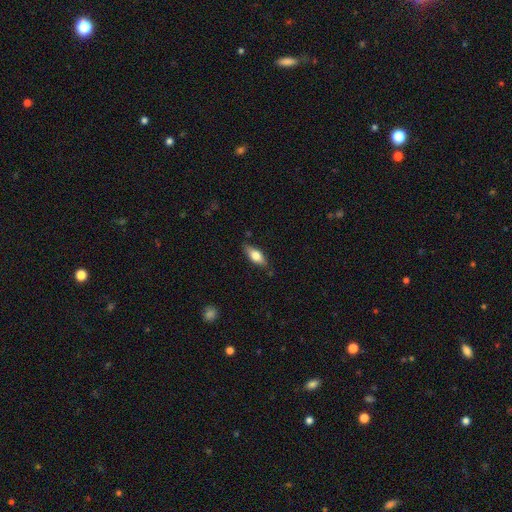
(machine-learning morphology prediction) The model was most divided on "smooth or featured": smooth: 65%, featured or disk: 28%, star or artifact: 7%. More confident: merging — none (80%); how rounded — in between (73%).